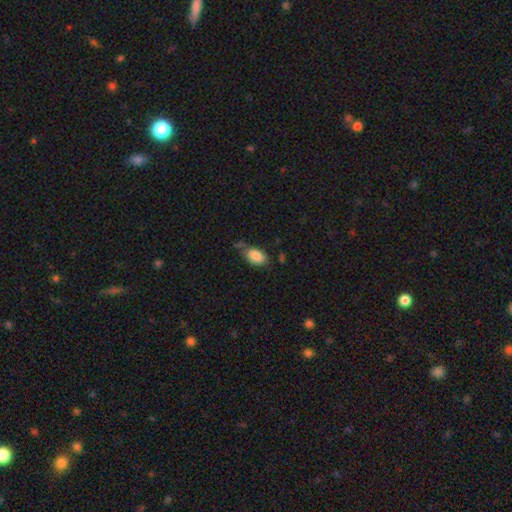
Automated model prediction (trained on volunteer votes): Smooth or featured: smooth — 85% (featured or disk — 8%)
How rounded: in between — 92% (round — 6%)
Merging: none — 59% (minor disturbance — 25%)